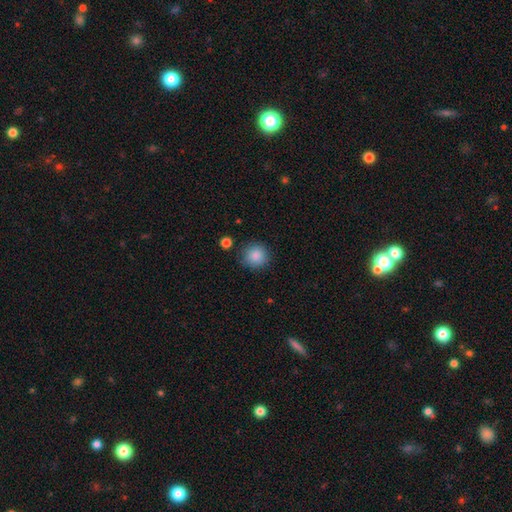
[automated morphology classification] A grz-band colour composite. It shows a smooth galaxy with no disk features (87%) that is round (93%). Merging: none (85%).